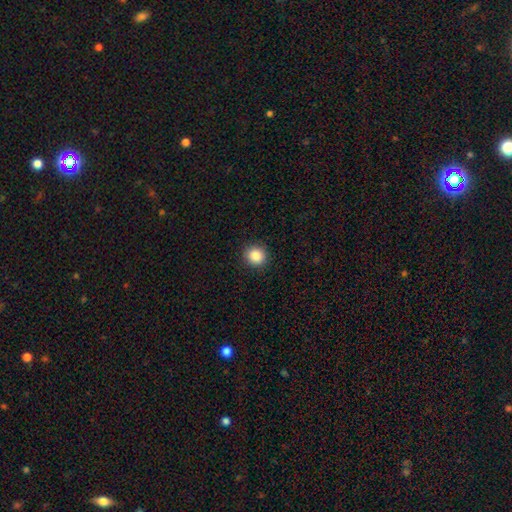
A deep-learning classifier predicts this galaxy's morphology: smooth 87%, star or artifact 10%, featured or disk 4%. Down the decision tree: how rounded — round (90%); merging — none (92%).